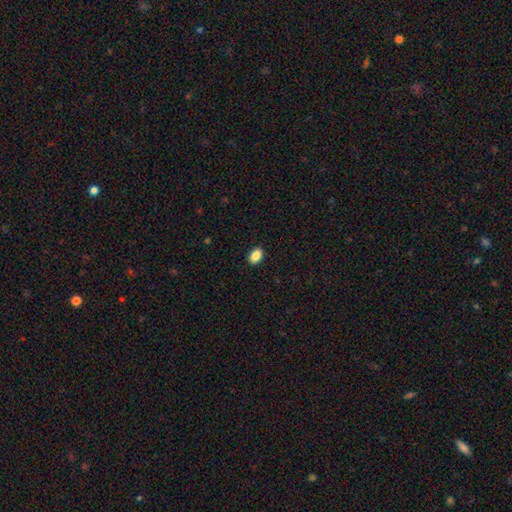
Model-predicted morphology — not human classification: This appears to be a smooth galaxy with no disk features (88%) that is in between round and cigar-shaped (86%). Merging: none (91%).